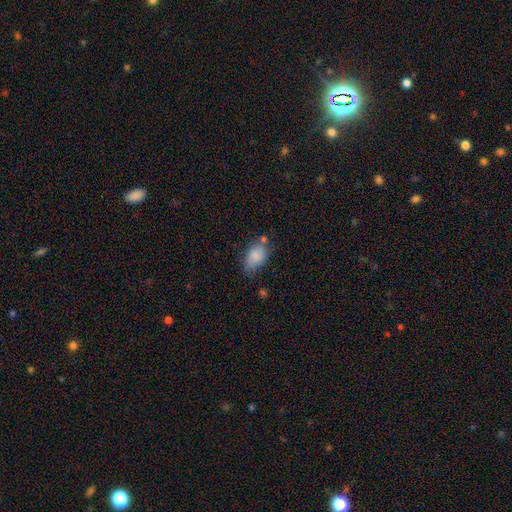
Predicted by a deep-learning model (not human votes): smooth_or_featured: smooth (p=0.83) [alt: featured or disk p=0.09]
how_rounded: in between (p=0.87) [alt: round p=0.11]
merging: none (p=0.53) [alt: minor disturbance p=0.29]